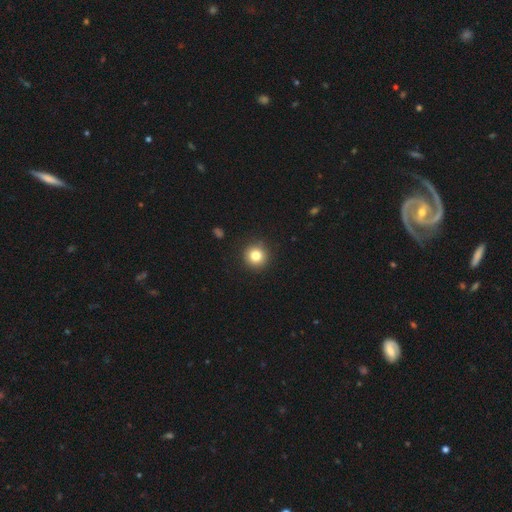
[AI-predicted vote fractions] smooth_or_featured: smooth (p=0.81) [alt: star or artifact p=0.11]
how_rounded: round (p=0.94) [alt: in between p=0.05]
merging: none (p=0.91) [alt: minor disturbance p=0.06]